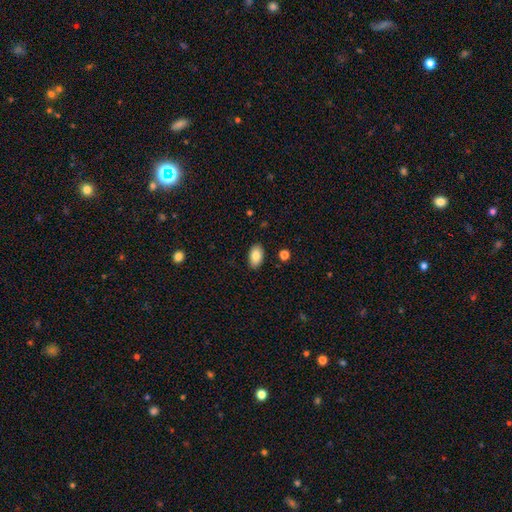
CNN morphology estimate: smooth-or-featured: smooth: 85% | featured or disk: 8% | star or artifact: 7%
  how-rounded: in between: 94% | round: 5% | cigar-shaped: 2%
  merging: none: 88% | minor disturbance: 9% | major disturbance: 2% | merger: 1%